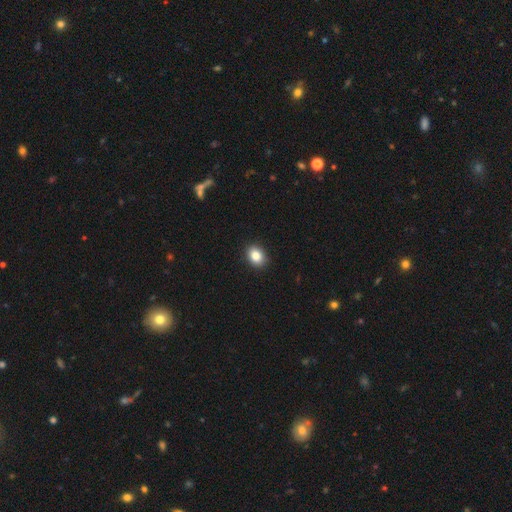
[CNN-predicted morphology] Overall: smooth (85%). How rounded: in between (60%; round 39%). Merging: none (90%).